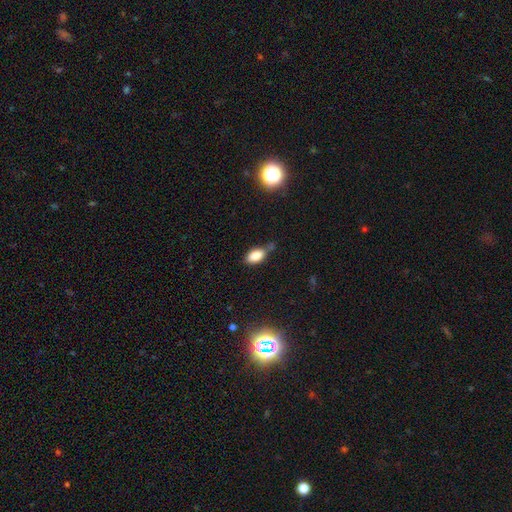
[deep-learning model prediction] Smooth or featured? Predicted: smooth (p=0.81). How rounded? Predicted: in between (p=0.91). Merging? Predicted: none (p=0.61).